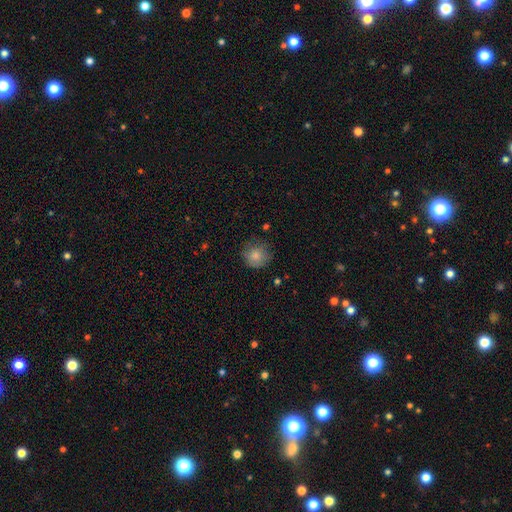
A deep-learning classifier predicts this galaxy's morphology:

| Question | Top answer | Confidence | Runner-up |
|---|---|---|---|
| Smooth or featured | smooth | 82% | featured or disk (9%) |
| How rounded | round | 91% | in between (8%) |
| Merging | none | 75% | minor disturbance (19%) |